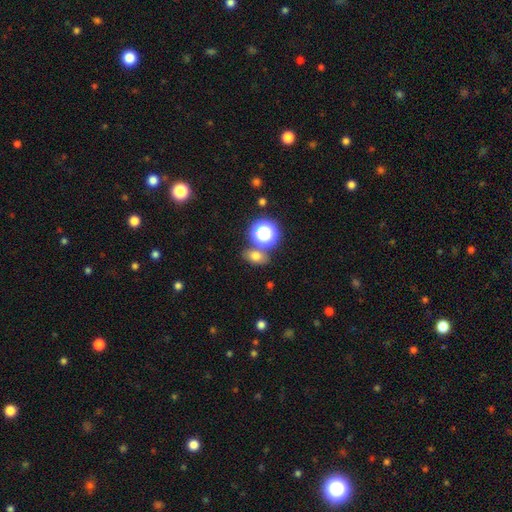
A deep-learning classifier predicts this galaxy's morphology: This appears to be a smooth galaxy with no disk features (68%) that is in between round and cigar-shaped (63%). Merging: none (71%).